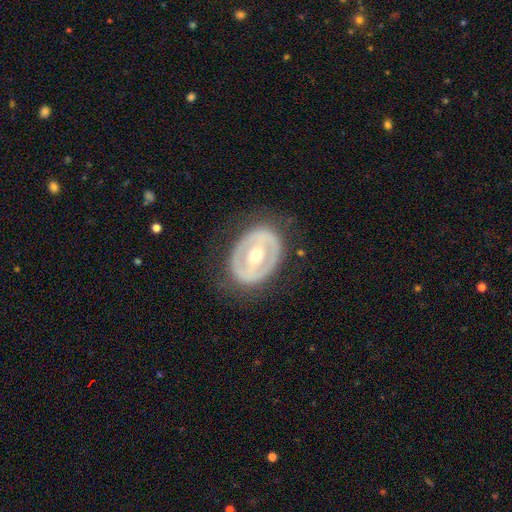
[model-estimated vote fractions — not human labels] A featured or disk galaxy (71%) with a strong bar (46%), no spiral arms (82%) and a moderate central bulge (61%).

Vote fractions:
- Smooth or featured? featured or disk: 71% / smooth: 24% / star or artifact: 5%
- Edge-on disk? no: 93% / yes: 7%
- Bar? strong: 46% / weak: 29% / no: 25%
- Spiral arms? no: 82% / yes: 18%
- Bulge size? moderate: 61% / small: 34% / large: 3% / none: 1% / dominant: 1%
- Merging? none: 78% / minor disturbance: 14% / major disturbance: 8% / merger: 1%